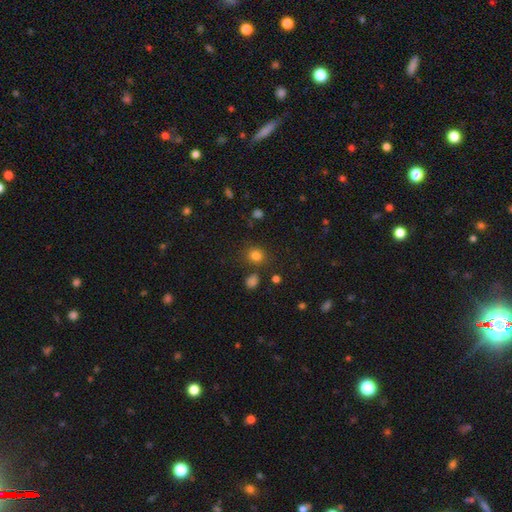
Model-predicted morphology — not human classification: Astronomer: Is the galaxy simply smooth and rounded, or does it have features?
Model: smooth — 81%.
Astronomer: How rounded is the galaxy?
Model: round — 81%.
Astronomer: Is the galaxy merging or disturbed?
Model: none — 80%.